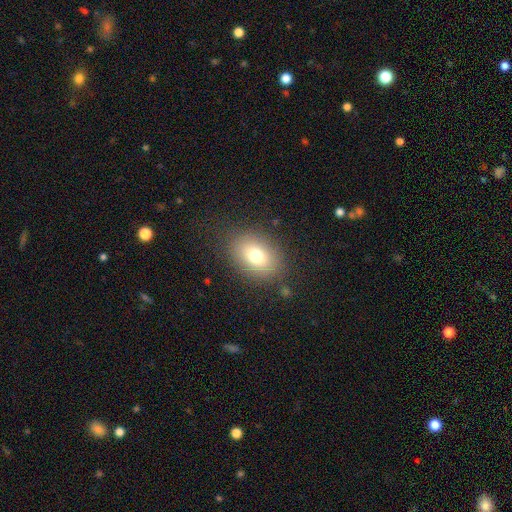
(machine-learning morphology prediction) The model was most divided on "how rounded": in between: 68%, round: 31%, cigar-shaped: 1%. More confident: merging — none (83%); smooth or featured — smooth (75%).